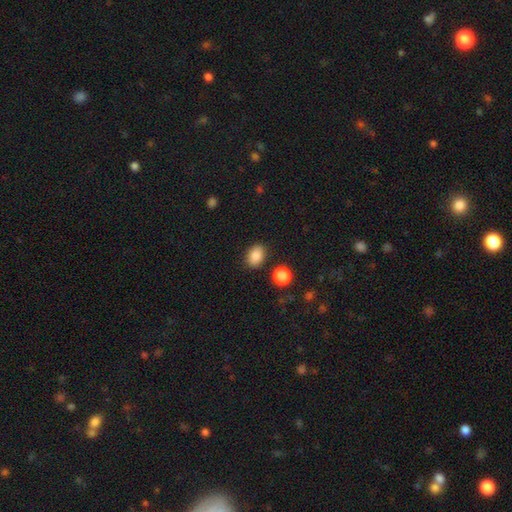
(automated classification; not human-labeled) Overall: smooth (86%). How rounded: in between (74%). Merging: none (84%).